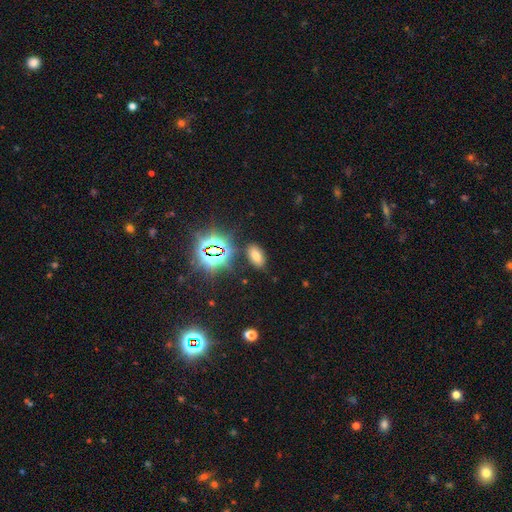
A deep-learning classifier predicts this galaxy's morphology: smooth_or_featured: smooth (p=0.57) [alt: star or artifact p=0.33]
how_rounded: in between (p=0.91) [alt: round p=0.06]
merging: none (p=0.84) [alt: minor disturbance p=0.09]